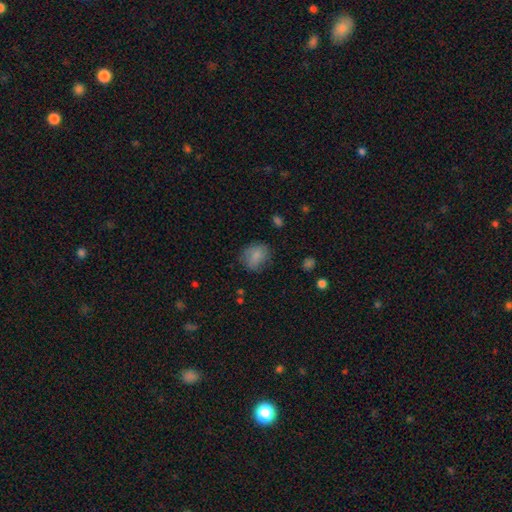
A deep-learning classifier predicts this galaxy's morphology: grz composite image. It shows a smooth galaxy with no disk features (80%) that is round (52%). Merging: none (70%).